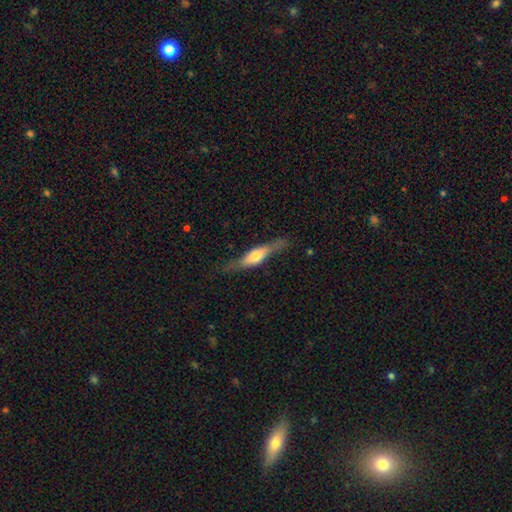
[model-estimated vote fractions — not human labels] featured or disk 55%, smooth 39%, star or artifact 6%. Down the decision tree: edge-on disk — yes (89%); merging — none (73%).